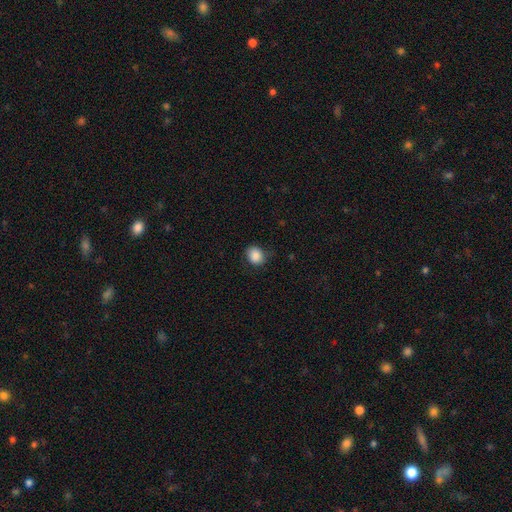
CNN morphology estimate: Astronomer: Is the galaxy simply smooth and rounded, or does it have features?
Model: smooth — 87%.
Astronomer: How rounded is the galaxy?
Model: round — 62% (runner-up: in between, 38%).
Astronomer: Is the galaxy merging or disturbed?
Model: none — 77%.